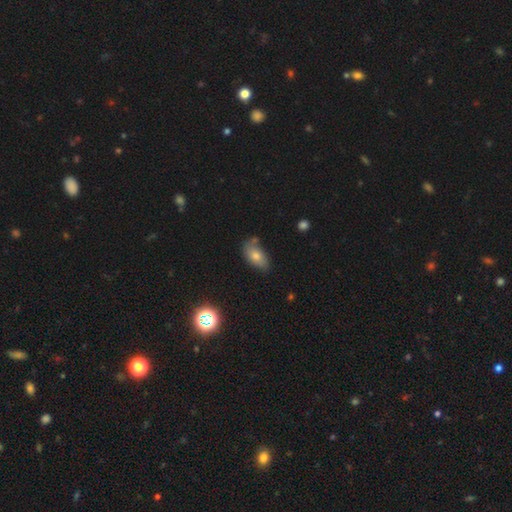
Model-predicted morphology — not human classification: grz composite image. It shows a smooth galaxy with no disk features (69%) that is in between round and cigar-shaped (89%). Merging: none (62%).